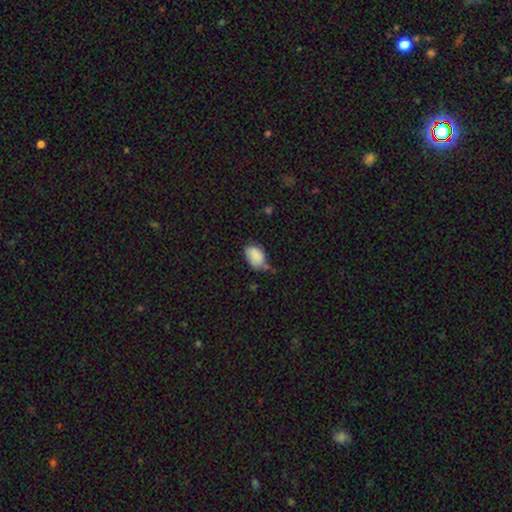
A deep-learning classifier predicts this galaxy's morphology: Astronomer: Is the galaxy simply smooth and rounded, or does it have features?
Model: smooth — 85%.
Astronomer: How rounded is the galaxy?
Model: in between — 84%.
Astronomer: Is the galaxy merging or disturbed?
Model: none — 43% (runner-up: minor disturbance, 39%).